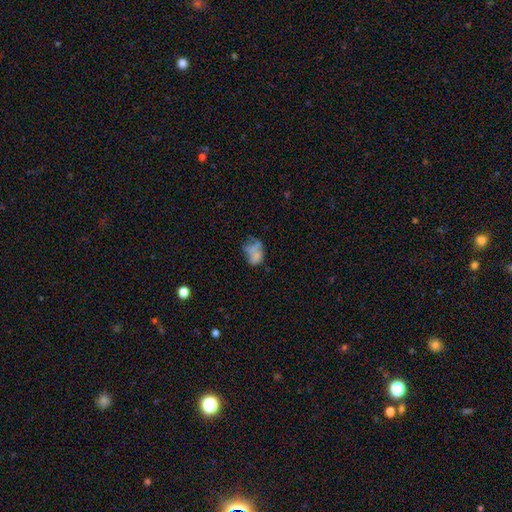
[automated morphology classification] This is possibly a smooth galaxy (55%). How rounded: likely in between (76%). Merging: marginally none (34%).